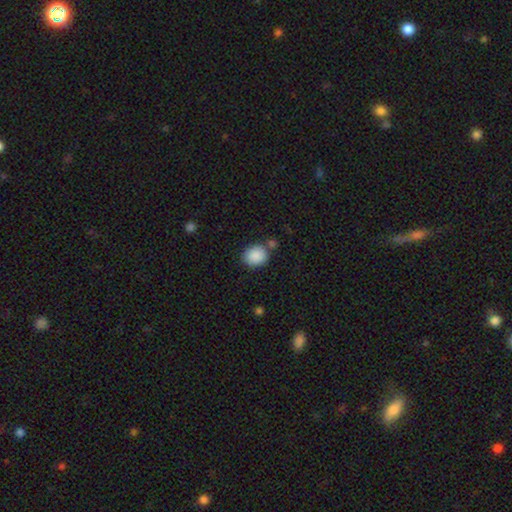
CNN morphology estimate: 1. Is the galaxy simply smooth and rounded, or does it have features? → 89% smooth, 8% star or artifact, 4% featured or disk.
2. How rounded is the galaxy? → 58% round, 41% in between, 1% cigar-shaped.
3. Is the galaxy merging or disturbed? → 73% none, 13% minor disturbance, 11% merger, 4% major disturbance.